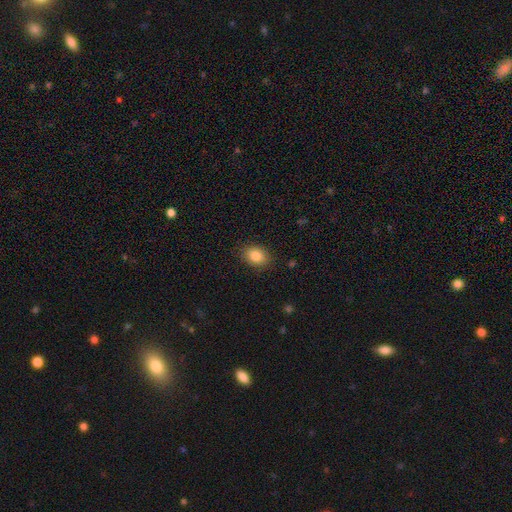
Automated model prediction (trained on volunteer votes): smooth-or-featured: smooth: 86% | star or artifact: 8% | featured or disk: 6%
  how-rounded: in between: 70% | round: 29% | cigar-shaped: 1%
  merging: none: 86% | minor disturbance: 10% | major disturbance: 3% | merger: 1%